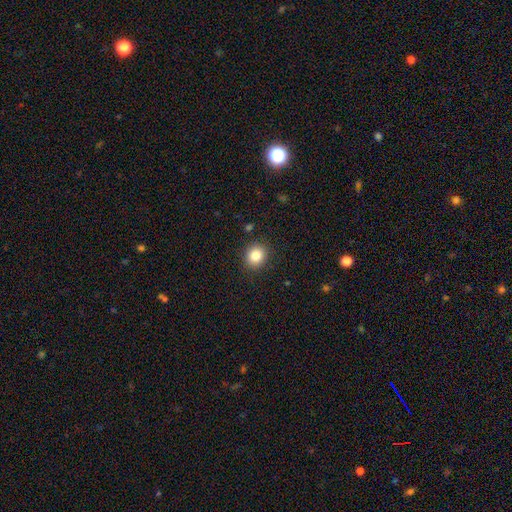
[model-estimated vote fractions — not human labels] The model was most divided on "how rounded": round: 81%, in between: 19%, cigar-shaped: 1%. More confident: merging — none (89%); smooth or featured — smooth (84%).